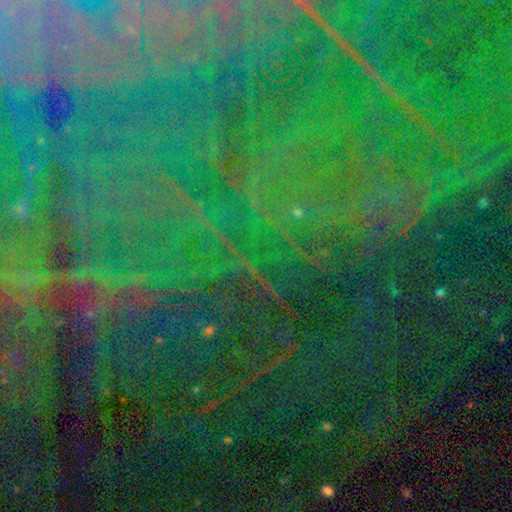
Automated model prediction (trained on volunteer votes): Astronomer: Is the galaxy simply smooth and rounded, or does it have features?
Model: star or artifact — 87%.